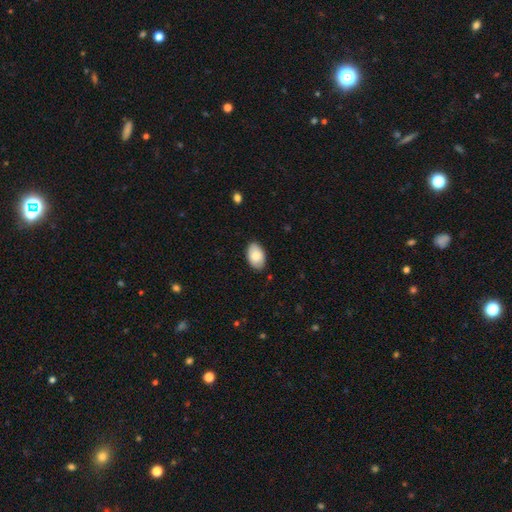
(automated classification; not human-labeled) This appears to be a smooth galaxy with no disk features (83%) that is in between round and cigar-shaped (92%). Merging: none (86%).